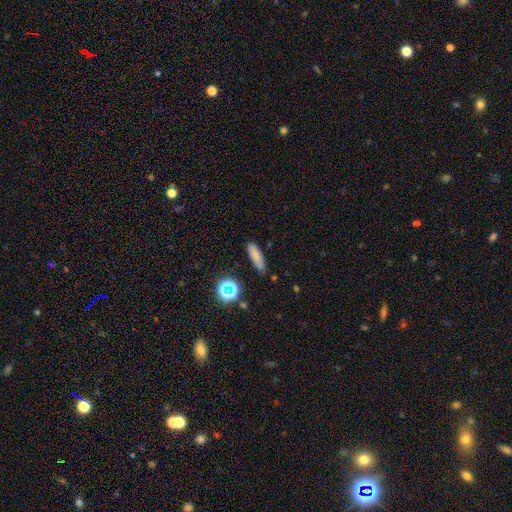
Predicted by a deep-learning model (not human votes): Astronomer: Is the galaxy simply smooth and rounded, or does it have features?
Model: smooth — 78%.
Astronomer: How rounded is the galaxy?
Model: cigar-shaped — 58% (runner-up: in between, 38%).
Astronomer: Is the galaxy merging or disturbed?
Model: none — 84%.